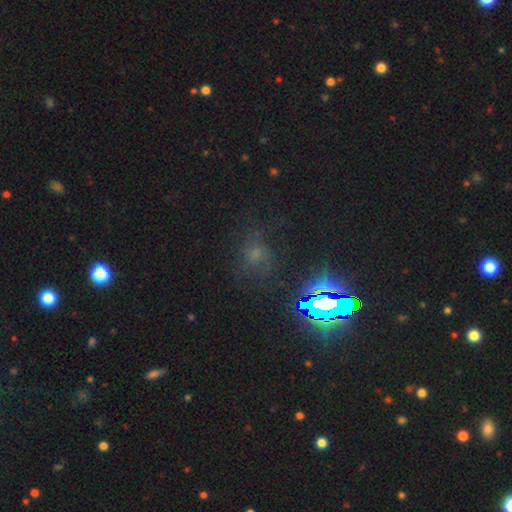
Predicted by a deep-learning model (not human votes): A star or artifact, not a galaxy (47%).